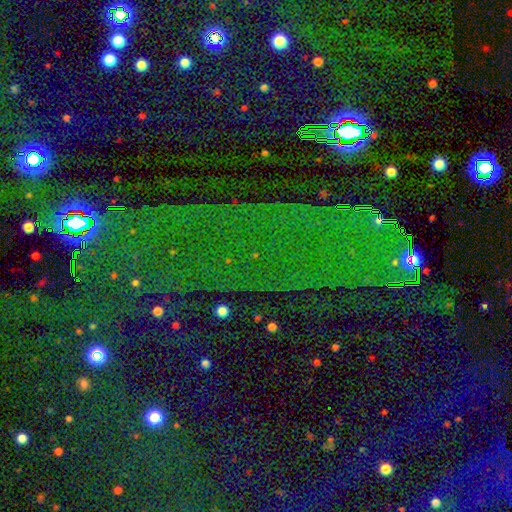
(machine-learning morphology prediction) smooth-or-featured: star or artifact: 80% | smooth: 10% | featured or disk: 10%